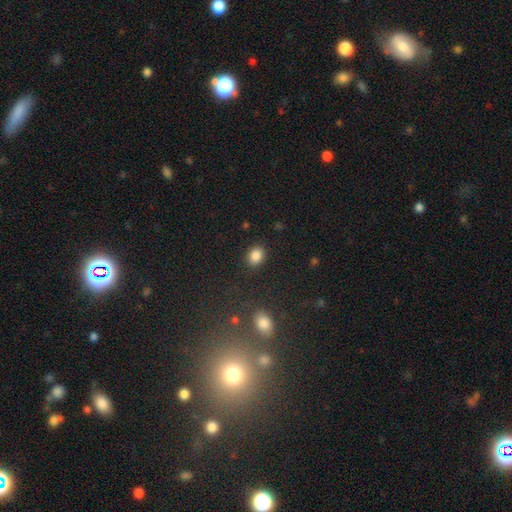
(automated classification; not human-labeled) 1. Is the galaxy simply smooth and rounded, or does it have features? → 86% smooth, 10% star or artifact, 4% featured or disk.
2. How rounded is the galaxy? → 59% in between, 40% round, 1% cigar-shaped.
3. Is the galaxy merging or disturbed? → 87% none, 9% minor disturbance, 3% major disturbance, 2% merger.